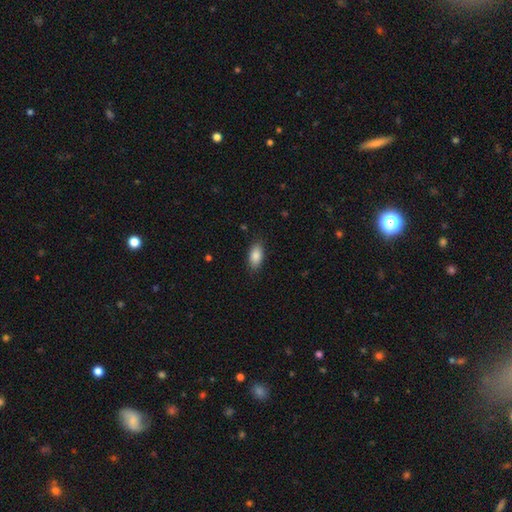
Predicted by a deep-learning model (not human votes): A smooth galaxy with no disk features (87%) that is in between round and cigar-shaped (91%). Merging: none (85%).